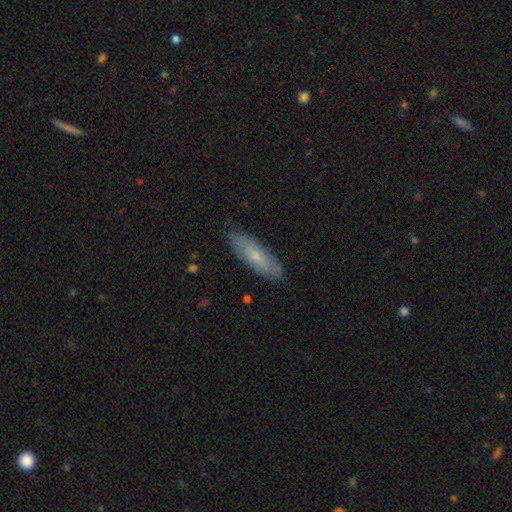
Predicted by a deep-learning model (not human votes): This appears to be a smooth galaxy with no disk features (62%) that is cigar-shaped (51%). Merging: none (86%).